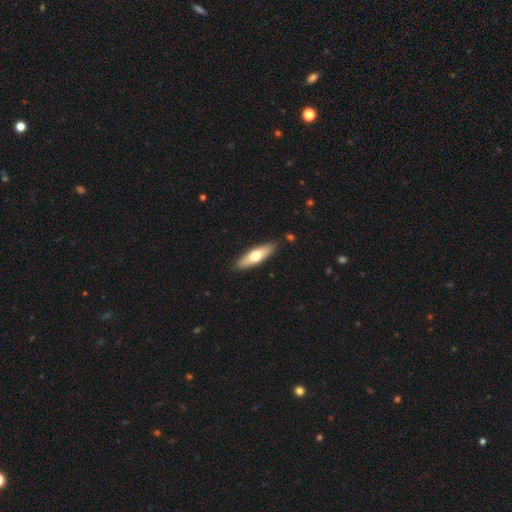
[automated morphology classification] The model was most divided on "how rounded": cigar-shaped: 59%, in between: 39%, round: 2%. More confident: merging — none (88%); smooth or featured — smooth (58%).